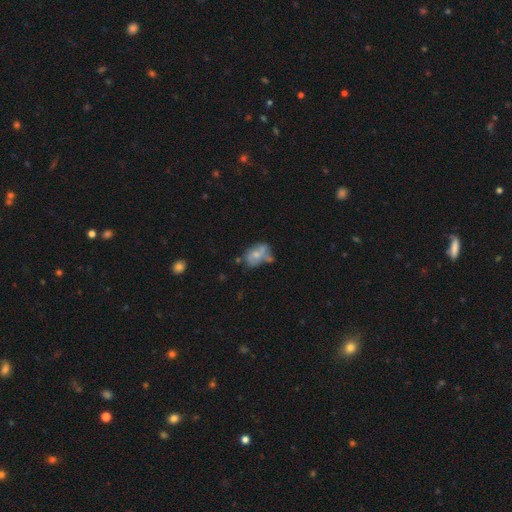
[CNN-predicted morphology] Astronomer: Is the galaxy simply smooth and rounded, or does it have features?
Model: smooth — 49% (runner-up: featured or disk, 41%).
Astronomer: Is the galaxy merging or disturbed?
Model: none — 33% (runner-up: minor disturbance, 26%).